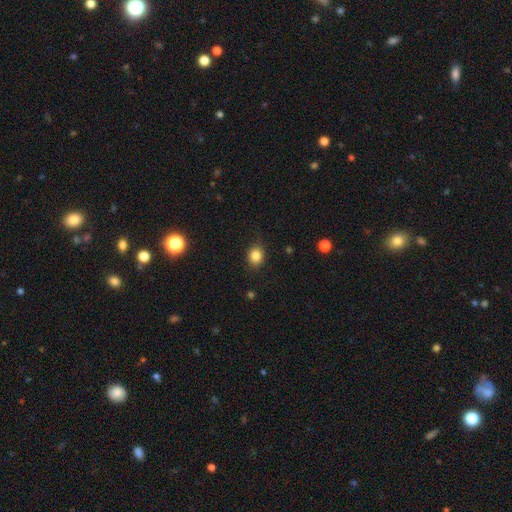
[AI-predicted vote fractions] smooth_or_featured: smooth (p=0.83) [alt: star or artifact p=0.11]
how_rounded: round (p=0.61) [alt: in between p=0.38]
merging: none (p=0.85) [alt: minor disturbance p=0.11]